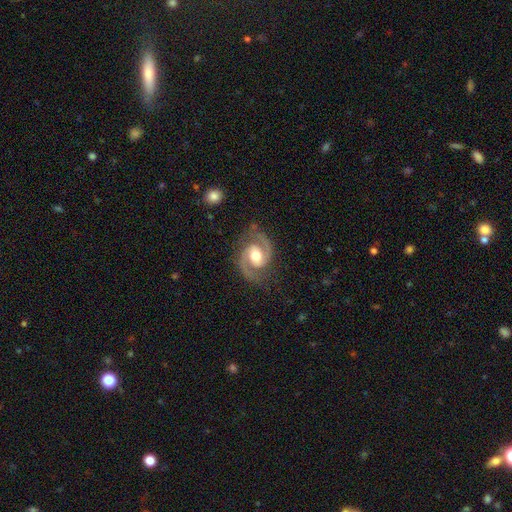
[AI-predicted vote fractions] This is clearly a featured or disk galaxy (92%). It is clearly not viewed edge-on (98%). Bar: marginally weak (44%). Spiral arm pattern: clearly yes (98%). Spiral arm count: clearly 2 (94%). Spiral winding: likely medium (62%). Central bulge: likely moderate (70%). Merging: clearly none (80%).